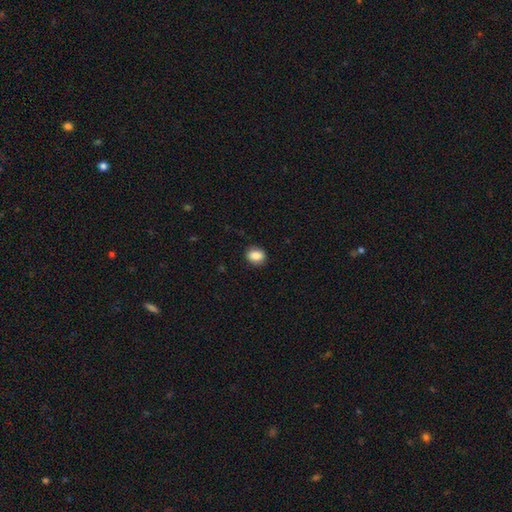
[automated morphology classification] Q: Smooth or featured?
A: smooth (88%); runner-up: star or artifact (8%)
Q: How rounded?
A: round (50%); runner-up: in between (49%)
Q: Merging?
A: none (88%); runner-up: minor disturbance (9%)